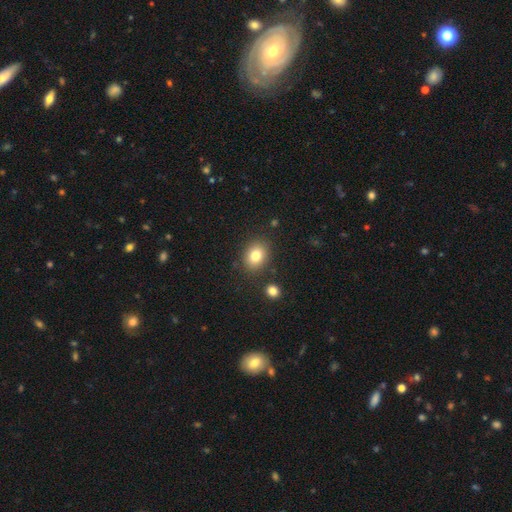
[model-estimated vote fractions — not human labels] smooth_or_featured: smooth (p=0.81) [alt: star or artifact p=0.10]
how_rounded: in between (p=0.52) [alt: round p=0.48]
merging: none (p=0.84) [alt: minor disturbance p=0.09]